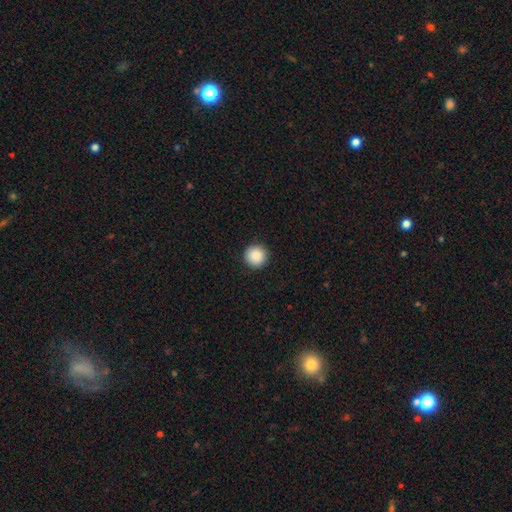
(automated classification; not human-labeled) Smooth or featured: smooth — 89% (star or artifact — 8%)
How rounded: round — 96% (in between — 3%)
Merging: none — 93% (minor disturbance — 5%)